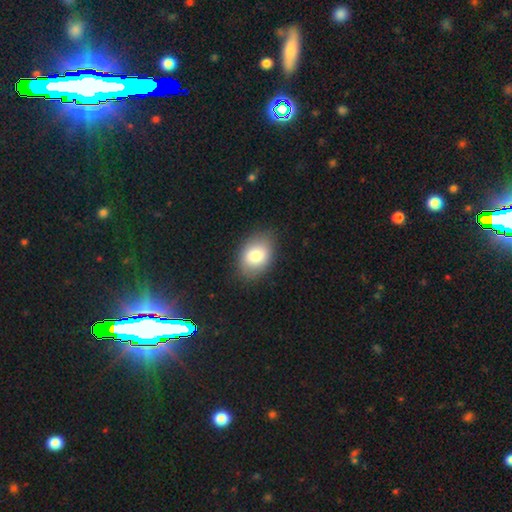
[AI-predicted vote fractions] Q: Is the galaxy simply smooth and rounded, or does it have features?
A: smooth — 80%.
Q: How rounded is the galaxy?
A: in between — 82%.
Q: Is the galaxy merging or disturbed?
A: none — 84%.